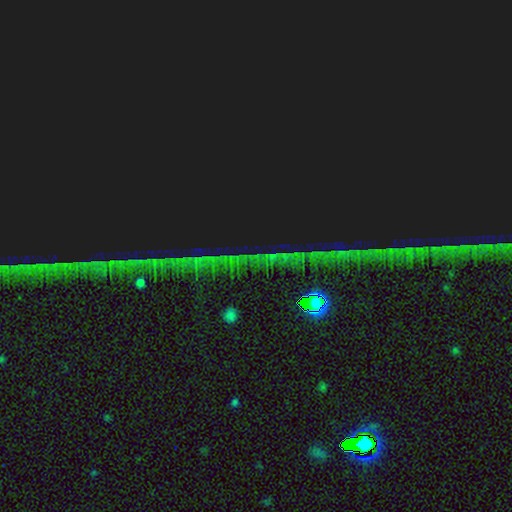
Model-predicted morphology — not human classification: Smooth or featured? Predicted: star or artifact (p=0.84).